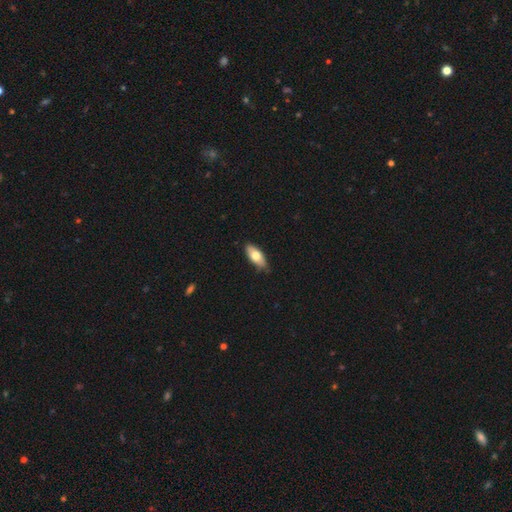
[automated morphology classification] Q: Smooth or featured?
A: smooth (70%); runner-up: featured or disk (25%)
Q: How rounded?
A: in between (84%); runner-up: cigar-shaped (14%)
Q: Merging?
A: none (79%); runner-up: minor disturbance (18%)